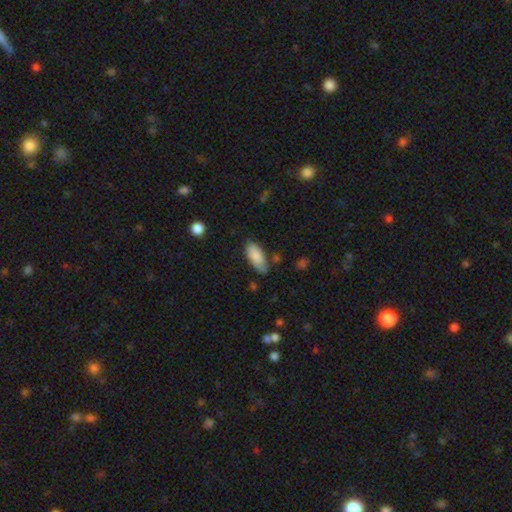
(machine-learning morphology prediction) Smooth or featured: smooth — 86% (featured or disk — 8%)
How rounded: in between — 88% (cigar-shaped — 10%)
Merging: none — 67% (minor disturbance — 25%)